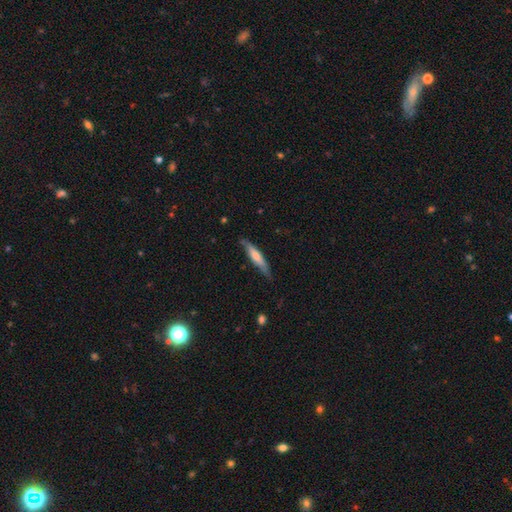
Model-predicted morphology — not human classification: This is possibly a smooth galaxy (50%). Merging: likely none (79%).